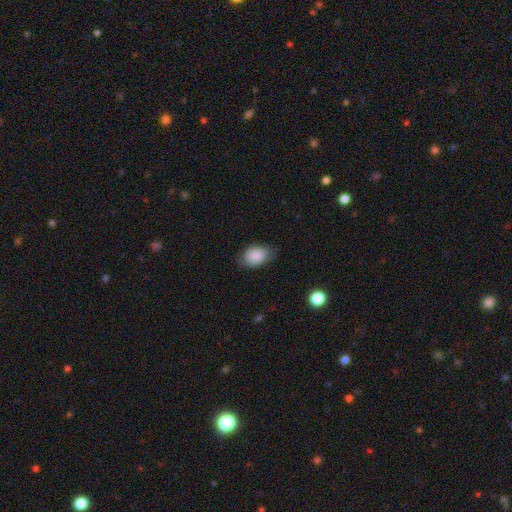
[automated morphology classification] Smooth or featured? smooth (84%)
How rounded? in between (71%)
Merging? none (65%)